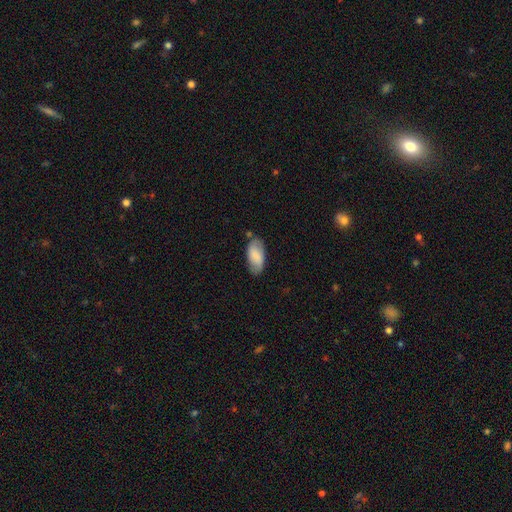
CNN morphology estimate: Smooth or featured? Predicted: smooth (p=0.75). How rounded? Predicted: in between (p=0.94). Merging? Predicted: none (p=0.74).